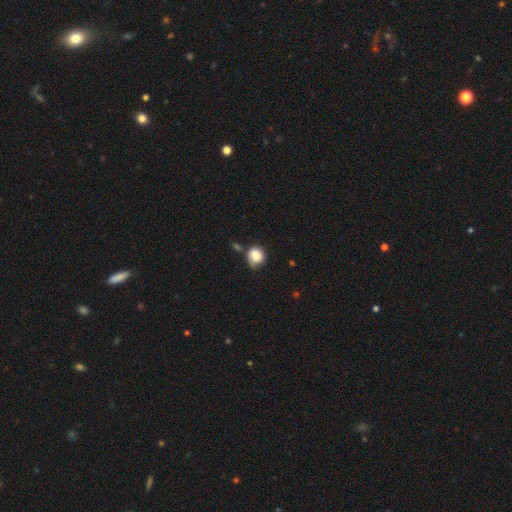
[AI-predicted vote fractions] A smooth galaxy with no disk features (81%) that is round (75%).

Vote fractions:
- Smooth or featured? smooth: 81% / featured or disk: 10% / star or artifact: 9%
- How rounded? round: 75% / in between: 24% / cigar-shaped: 1%
- Merging? none: 56% / minor disturbance: 27% / merger: 10% / major disturbance: 7%